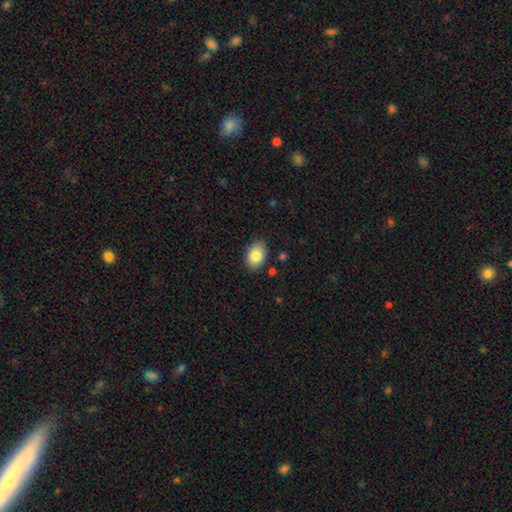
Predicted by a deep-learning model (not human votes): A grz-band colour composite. It shows a smooth galaxy with no disk features (84%) that is in between round and cigar-shaped (83%). Merging: none (84%).